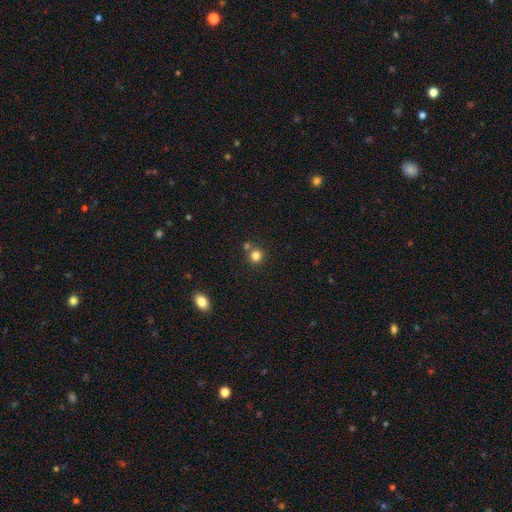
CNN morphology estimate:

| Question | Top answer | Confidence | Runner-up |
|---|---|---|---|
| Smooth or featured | smooth | 81% | star or artifact (13%) |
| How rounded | round | 92% | in between (7%) |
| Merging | none | 73% | merger (17%) |